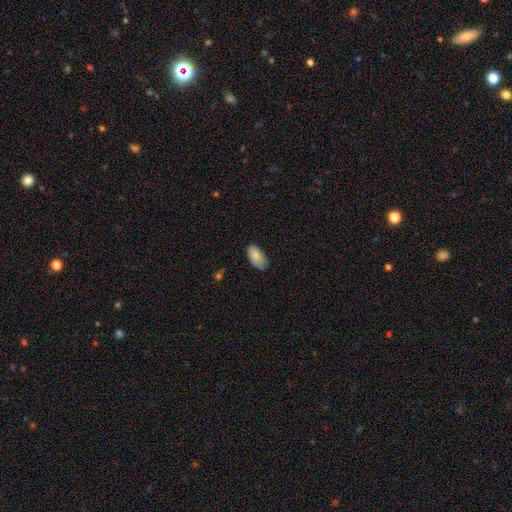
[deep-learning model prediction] Q: Smooth or featured?
A: smooth (85%); runner-up: featured or disk (8%)
Q: How rounded?
A: in between (94%); runner-up: round (3%)
Q: Merging?
A: none (69%); runner-up: minor disturbance (26%)